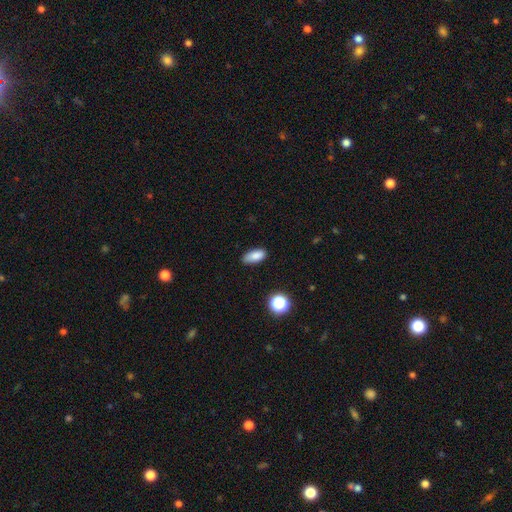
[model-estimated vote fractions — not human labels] This is clearly a smooth galaxy (84%). How rounded: clearly in between (86%). Merging: likely none (79%).